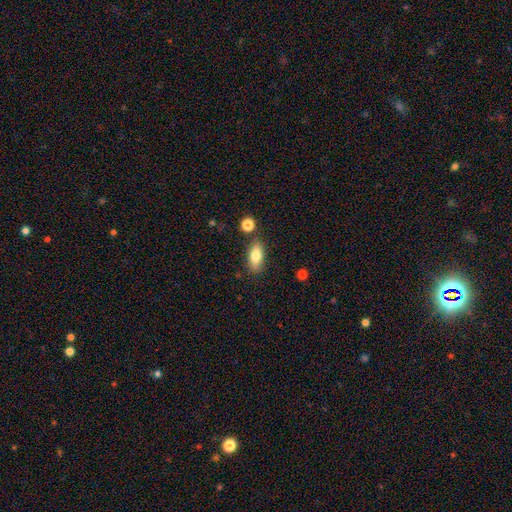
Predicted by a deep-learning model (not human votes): A smooth galaxy with no disk features (79%) that is in between round and cigar-shaped (85%). Merging: none (79%).